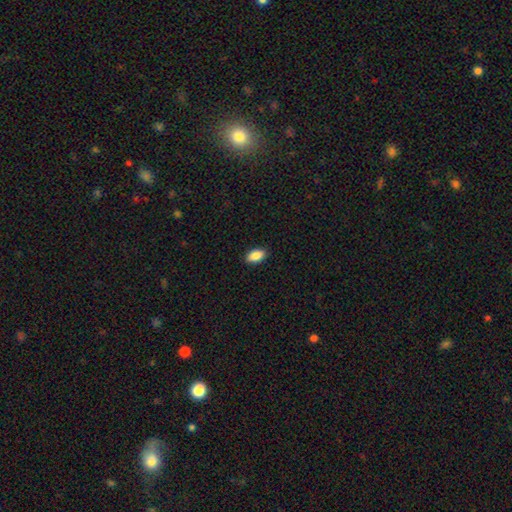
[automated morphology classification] smooth_or_featured: smooth (p=0.88) [alt: star or artifact p=0.07]
how_rounded: in between (p=0.93) [alt: round p=0.05]
merging: none (p=0.90) [alt: minor disturbance p=0.07]